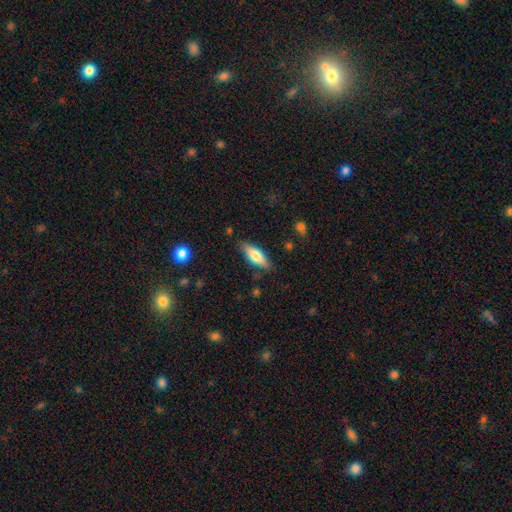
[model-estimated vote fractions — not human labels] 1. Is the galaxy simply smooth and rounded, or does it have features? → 66% smooth, 28% featured or disk, 6% star or artifact.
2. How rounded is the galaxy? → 57% in between, 41% cigar-shaped, 2% round.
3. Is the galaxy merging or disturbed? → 83% none, 13% minor disturbance, 3% major disturbance, 2% merger.